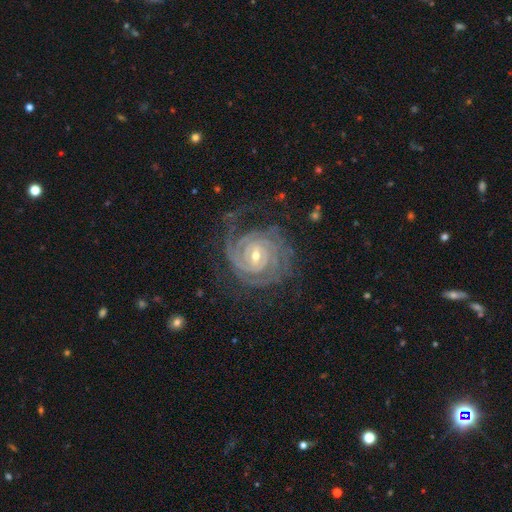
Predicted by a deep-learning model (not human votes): featured or disk 91%, star or artifact 5%, smooth 3%. Down the decision tree: edge-on disk — no (97%); bar — weak (47%); spiral arms — yes (98%); spiral arm count — 2 (29%); spiral winding — tight (83%); bulge size — small (56%); merging — none (70%).